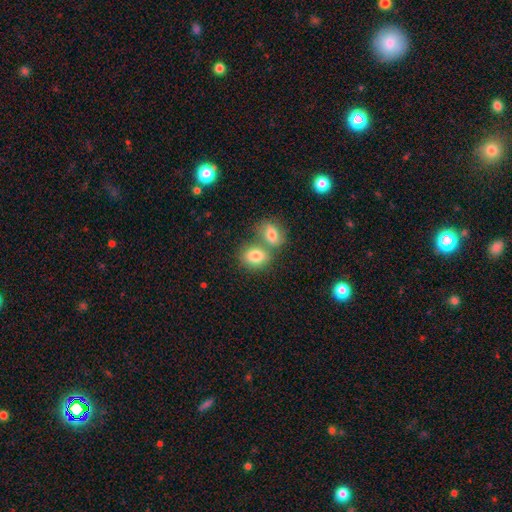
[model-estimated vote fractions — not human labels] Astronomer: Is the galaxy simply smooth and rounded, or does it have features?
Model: smooth — 81%.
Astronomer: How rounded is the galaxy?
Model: in between — 64%.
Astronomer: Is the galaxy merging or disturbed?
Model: merger — 50% (runner-up: none, 39%).